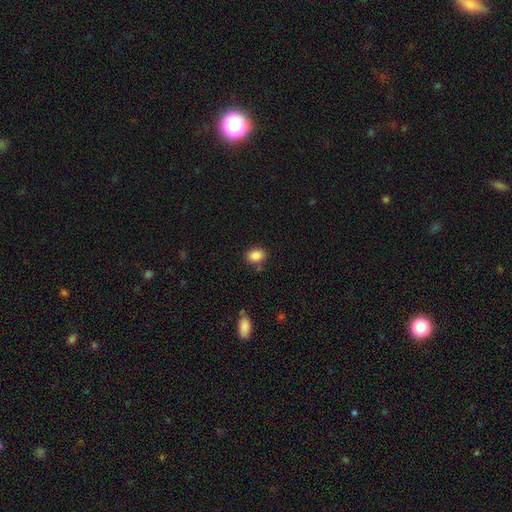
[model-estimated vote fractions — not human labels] smooth-or-featured: smooth: 87% | star or artifact: 9% | featured or disk: 5%
  how-rounded: in between: 75% | round: 24% | cigar-shaped: 1%
  merging: none: 80% | minor disturbance: 12% | merger: 4% | major disturbance: 3%